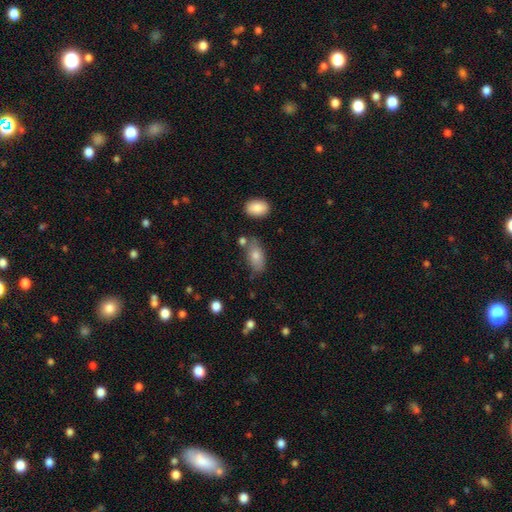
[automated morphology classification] smooth_or_featured: smooth (p=0.75) [alt: featured or disk p=0.15]
how_rounded: in between (p=0.89) [alt: cigar-shaped p=0.05]
merging: none (p=0.67) [alt: minor disturbance p=0.20]